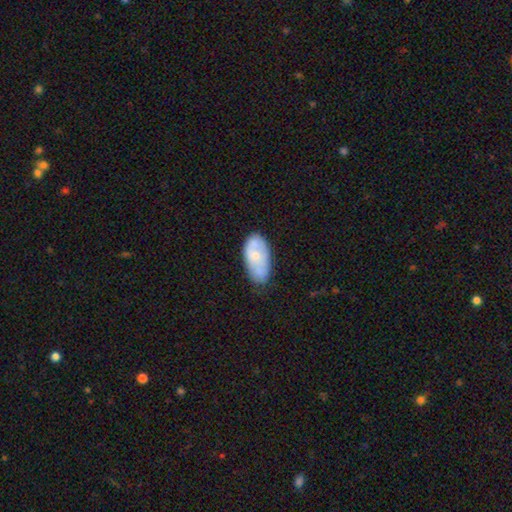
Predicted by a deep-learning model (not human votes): This appears to be a smooth galaxy with no disk features (59%) that is in between round and cigar-shaped (93%). Merging: none (59%).